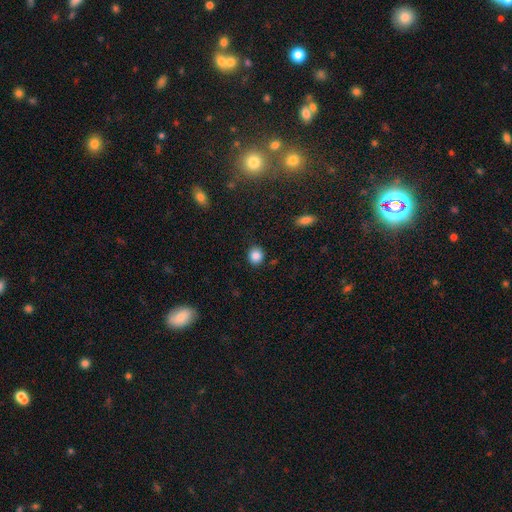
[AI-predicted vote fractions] smooth-or-featured: smooth: 86% | star or artifact: 10% | featured or disk: 4%
  how-rounded: round: 80% | in between: 19% | cigar-shaped: 1%
  merging: none: 87% | minor disturbance: 8% | major disturbance: 2% | merger: 2%